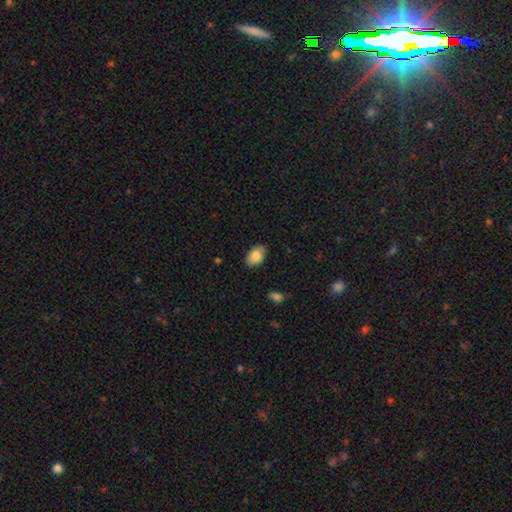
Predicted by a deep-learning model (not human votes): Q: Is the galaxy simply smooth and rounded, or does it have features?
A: smooth — 84%.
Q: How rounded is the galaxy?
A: in between — 91%.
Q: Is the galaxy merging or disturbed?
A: none — 86%.